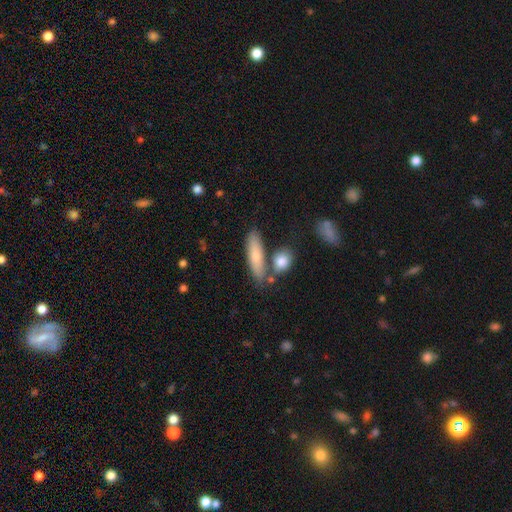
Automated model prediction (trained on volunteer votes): Smooth or featured? Predicted: smooth (p=0.74). How rounded? Predicted: cigar-shaped (p=0.65). Merging? Predicted: none (p=0.70).